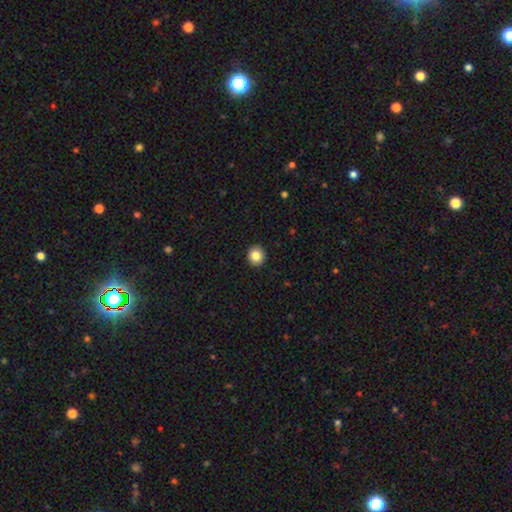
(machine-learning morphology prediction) This appears to be a smooth galaxy with no disk features (83%) that is round (90%). Merging: none (93%).